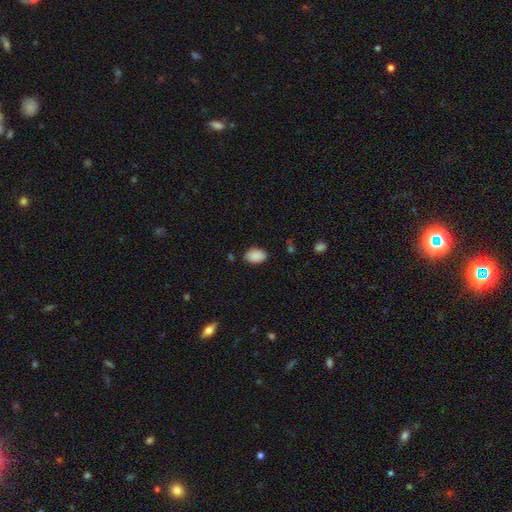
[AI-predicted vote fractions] Smooth or featured? Predicted: smooth (p=0.89). How rounded? Predicted: in between (p=0.90). Merging? Predicted: none (p=0.84).